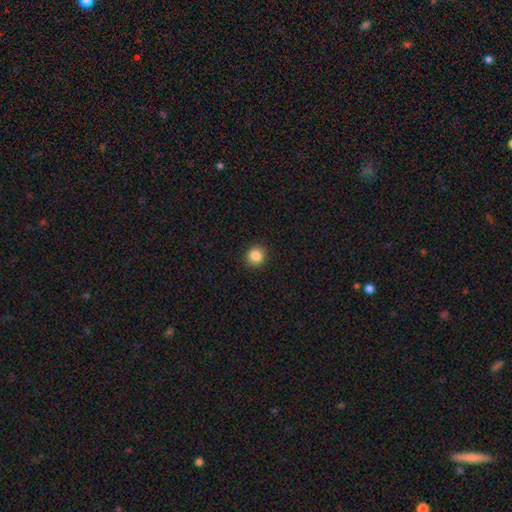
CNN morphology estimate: Smooth or featured? Predicted: smooth (p=0.86). How rounded? Predicted: round (p=0.91). Merging? Predicted: none (p=0.92).